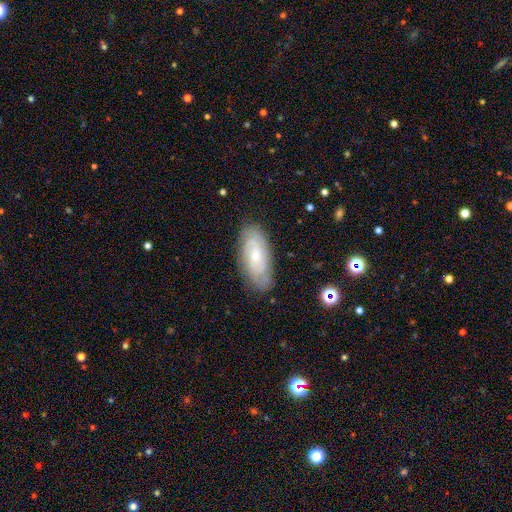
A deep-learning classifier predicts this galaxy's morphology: This is likely a featured or disk galaxy (69%). It is clearly not viewed edge-on (91%). Bar: likely no (68%). Spiral arm pattern: clearly yes (88%). Spiral arm count: possibly can't tell (49%). Spiral winding: likely tight (69%). Central bulge: likely small (68%). Merging: clearly none (81%).